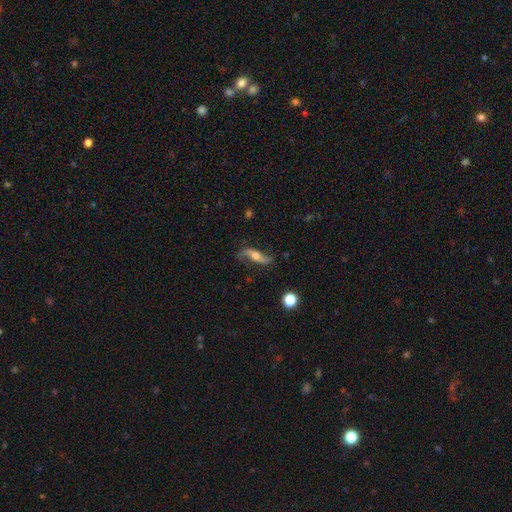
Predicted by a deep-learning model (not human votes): A featured or disk galaxy (72%) with no bar (58%), 2 (92%) loose (88%) spiral arms (91%) and a moderate central bulge (59%).

Vote fractions:
- Smooth or featured? featured or disk: 72% / smooth: 21% / star or artifact: 7%
- Edge-on disk? no: 78% / yes: 22%
- Bar? no: 58% / weak: 25% / strong: 17%
- Spiral arms? yes: 91% / no: 9%
- Spiral winding? loose: 88% / medium: 9% / tight: 4%
- Spiral arm count? 2: 92% / 1: 3% / can't tell: 3% / 3: 1% / more than 4: 1% / 4: 1%
- Bulge size? moderate: 59% / small: 27% / large: 9% / none: 3% / dominant: 2%
- Merging? none: 73% / minor disturbance: 18% / major disturbance: 7% / merger: 2%